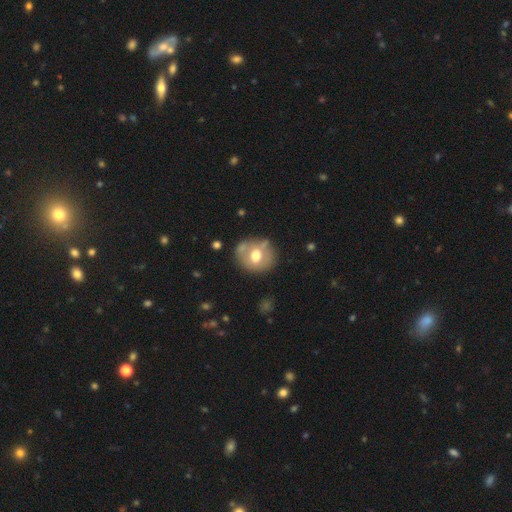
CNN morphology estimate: This appears to be a smooth galaxy with no disk features (57%) that is round (71%). Merging: none (64%).